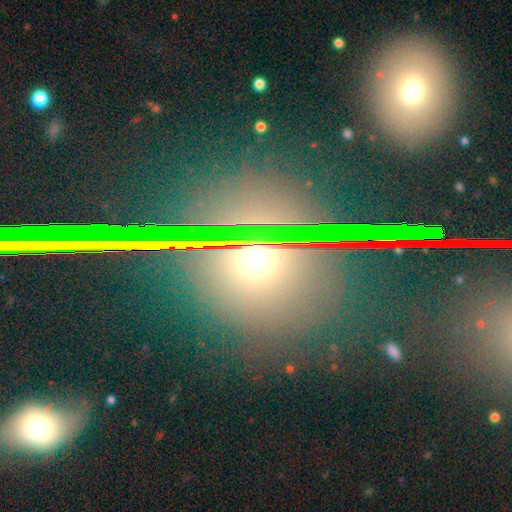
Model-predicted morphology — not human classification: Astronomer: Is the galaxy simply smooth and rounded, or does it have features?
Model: smooth — 45% (runner-up: star or artifact, 43%).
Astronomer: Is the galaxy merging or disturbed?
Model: none — 77%.